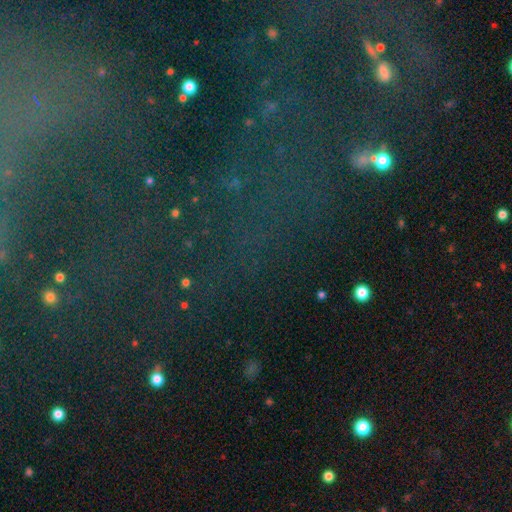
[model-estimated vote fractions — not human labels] A star or artifact, not a galaxy (71%).

Vote fractions:
- Smooth or featured? star or artifact: 71% / smooth: 15% / featured or disk: 14%